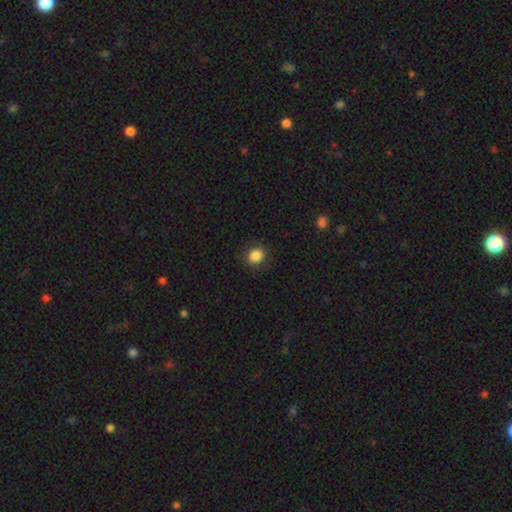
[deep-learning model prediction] Smooth or featured?
  - smooth: 86% *
  - star or artifact: 10%
  - featured or disk: 4%
How rounded?
  - round: 74% *
  - in between: 25%
  - cigar-shaped: 1%
Merging?
  - none: 88% *
  - minor disturbance: 9%
  - major disturbance: 3%
  - merger: 1%